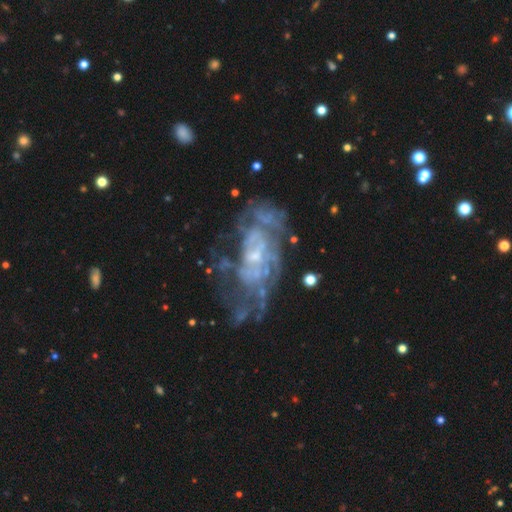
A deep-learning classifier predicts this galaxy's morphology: Smooth or featured: featured or disk — 80% (smooth — 11%)
Edge-on disk: no — 95% (yes — 5%)
Bar: no — 65% (weak — 28%)
Spiral arms: yes — 68% (no — 32%)
Spiral winding: tight — 50% (medium — 34%)
Spiral arm count: can't tell — 60% (2 — 15%)
Bulge size: small — 64% (moderate — 21%)
Merging: none — 47% (major disturbance — 26%)